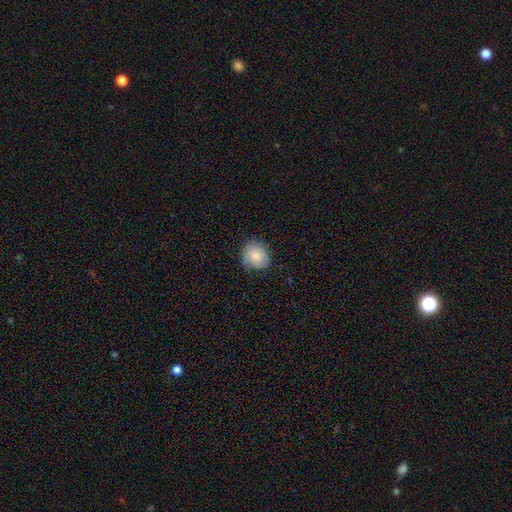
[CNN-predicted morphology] Smooth or featured: smooth — 75% (featured or disk — 17%)
How rounded: round — 78% (in between — 21%)
Merging: none — 73% (minor disturbance — 21%)